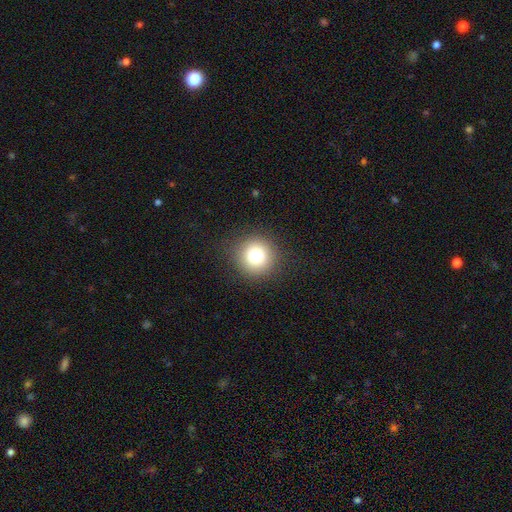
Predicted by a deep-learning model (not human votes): Overall: smooth (78%). How rounded: round (94%). Merging: none (90%).